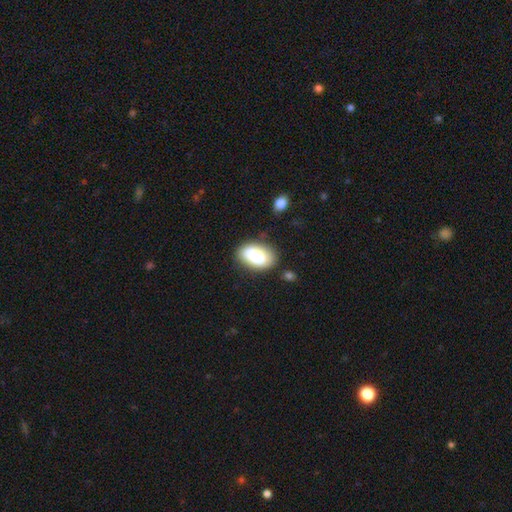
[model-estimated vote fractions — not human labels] Morphology: type=smooth (82%); roundness=in between (93%); merging=none (76%).